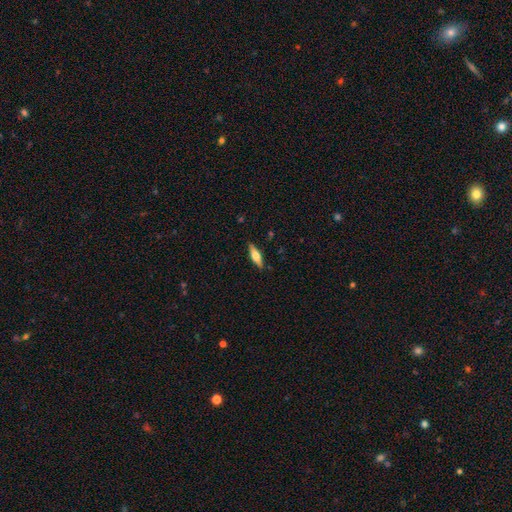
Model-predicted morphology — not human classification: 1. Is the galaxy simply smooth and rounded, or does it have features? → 48% smooth, 46% featured or disk, 6% star or artifact.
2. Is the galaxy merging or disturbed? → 87% none, 10% minor disturbance, 2% major disturbance, 1% merger.